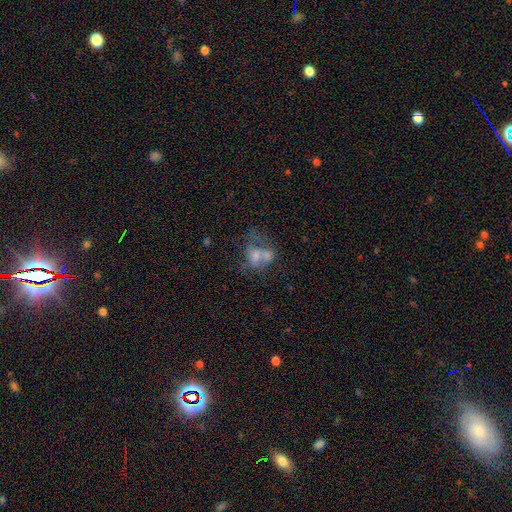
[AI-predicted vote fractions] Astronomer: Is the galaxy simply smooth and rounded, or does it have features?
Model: smooth — 42% (runner-up: featured or disk, 40%).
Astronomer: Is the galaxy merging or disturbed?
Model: merger — 48%.